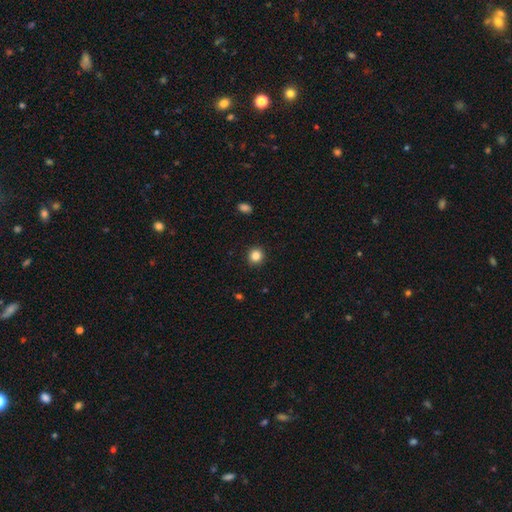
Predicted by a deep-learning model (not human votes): smooth_or_featured: smooth (p=0.85) [alt: star or artifact p=0.11]
how_rounded: round (p=0.89) [alt: in between p=0.10]
merging: none (p=0.92) [alt: minor disturbance p=0.05]